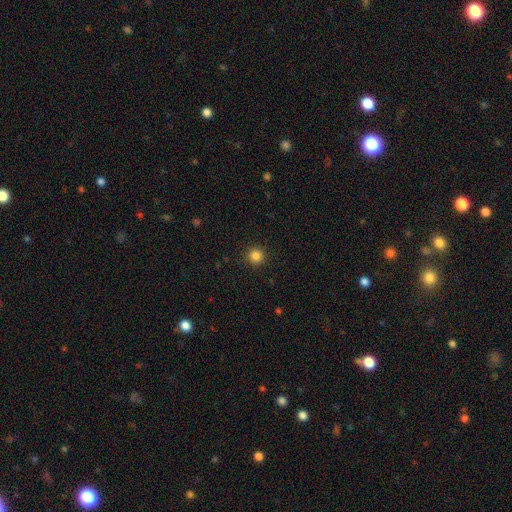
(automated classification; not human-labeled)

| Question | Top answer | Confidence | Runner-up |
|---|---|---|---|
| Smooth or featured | smooth | 84% | star or artifact (12%) |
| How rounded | round | 95% | in between (4%) |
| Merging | none | 92% | minor disturbance (5%) |